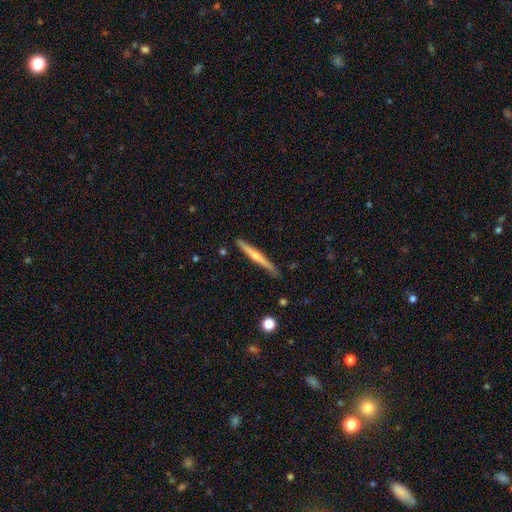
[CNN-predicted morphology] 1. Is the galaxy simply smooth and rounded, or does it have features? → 60% featured or disk, 35% smooth, 5% star or artifact.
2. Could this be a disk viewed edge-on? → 97% yes, 3% no.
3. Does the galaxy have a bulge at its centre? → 70% rounded, 25% none, 5% boxy.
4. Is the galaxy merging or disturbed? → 87% none, 10% minor disturbance, 2% major disturbance, 1% merger.